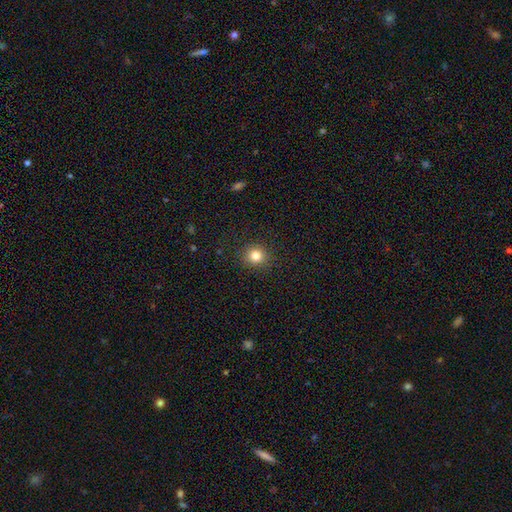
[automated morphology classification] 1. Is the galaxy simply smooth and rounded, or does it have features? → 82% smooth, 12% star or artifact, 6% featured or disk.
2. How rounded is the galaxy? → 90% round, 9% in between, 1% cigar-shaped.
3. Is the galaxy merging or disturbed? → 90% none, 7% minor disturbance, 2% major disturbance, 1% merger.